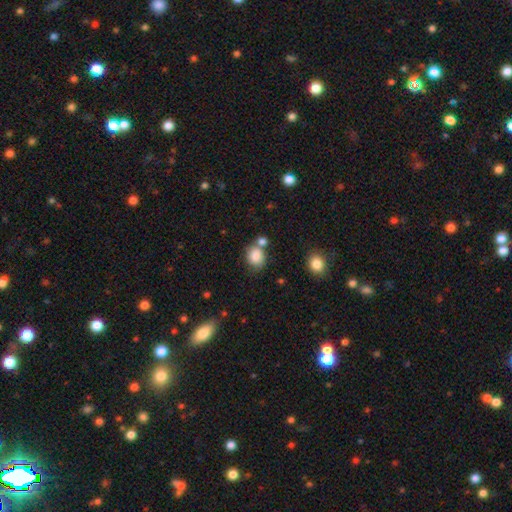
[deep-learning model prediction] Smooth or featured? Predicted: smooth (p=0.85). How rounded? Predicted: round (p=0.57). Merging? Predicted: none (p=0.50).